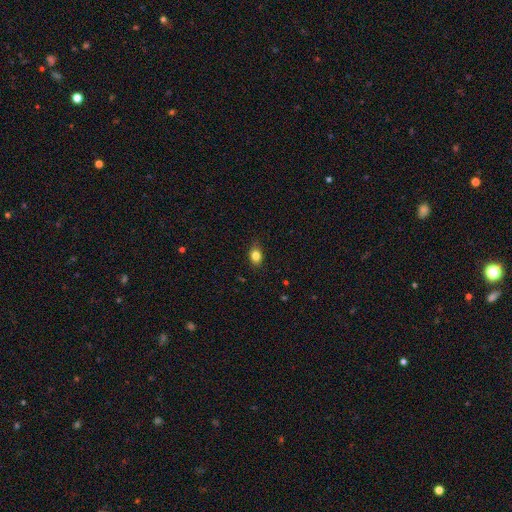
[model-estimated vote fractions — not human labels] A smooth galaxy with no disk features (82%) that is in between round and cigar-shaped (70%).

Vote fractions:
- Smooth or featured? smooth: 82% / star or artifact: 10% / featured or disk: 8%
- How rounded? in between: 70% / round: 29% / cigar-shaped: 2%
- Merging? none: 82% / minor disturbance: 14% / major disturbance: 3% / merger: 1%